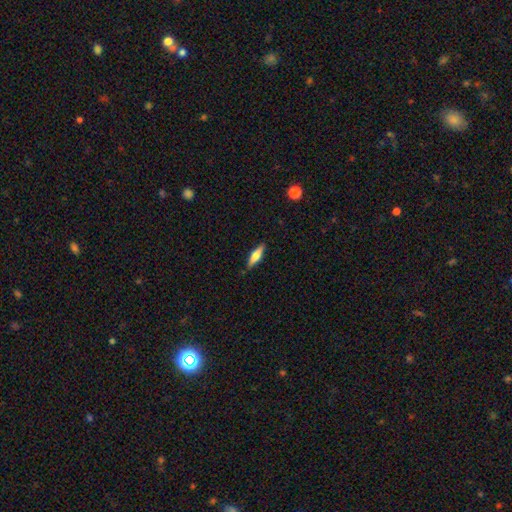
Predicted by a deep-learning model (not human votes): Morphology: type=smooth (50%); merging=none (88%).